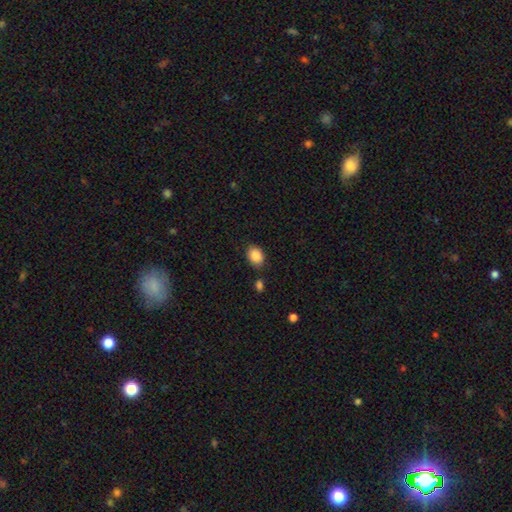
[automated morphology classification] This is clearly a smooth galaxy (89%). How rounded: likely in between (71%). Merging: likely none (78%).